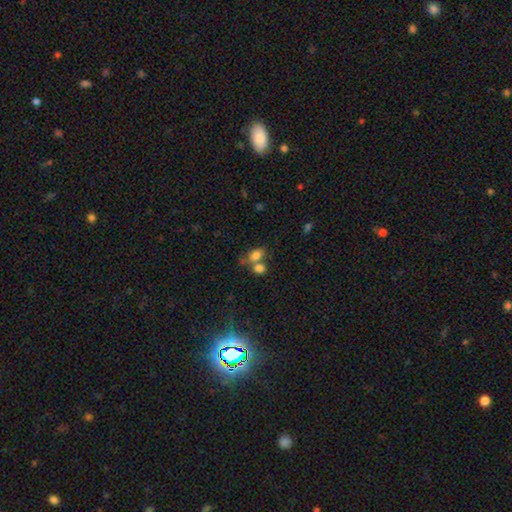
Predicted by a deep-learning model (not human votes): This is likely a smooth galaxy (76%). How rounded: likely in between (74%). Merging: possibly merger (49%).